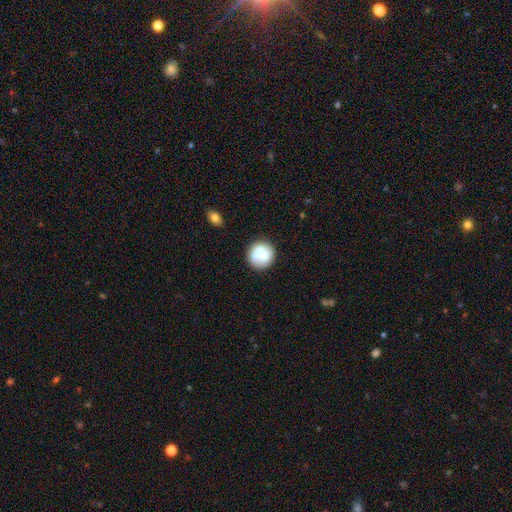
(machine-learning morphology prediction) smooth_or_featured: smooth (p=0.64) [alt: featured or disk p=0.28]
how_rounded: round (p=0.89) [alt: in between p=0.10]
merging: none (p=0.59) [alt: merger p=0.22]